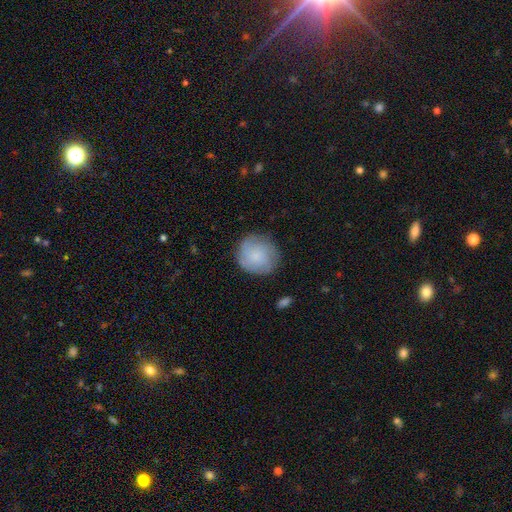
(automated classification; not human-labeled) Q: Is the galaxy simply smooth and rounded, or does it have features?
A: smooth — 64%.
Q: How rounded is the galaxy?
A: round — 88%.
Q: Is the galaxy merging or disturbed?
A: none — 78%.